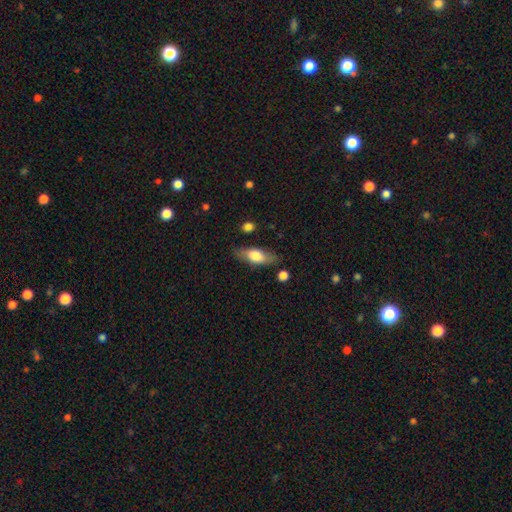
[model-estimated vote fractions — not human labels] A smooth galaxy with no disk features (65%) that is in between round and cigar-shaped (70%). Merging: none (78%).